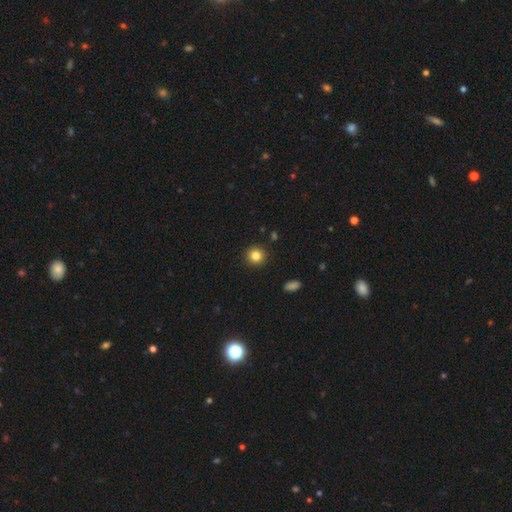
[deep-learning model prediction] This appears to be a smooth galaxy with no disk features (83%) that is round (92%). Merging: none (91%).